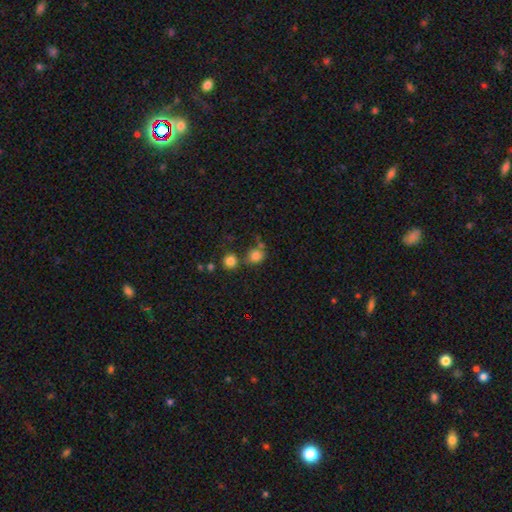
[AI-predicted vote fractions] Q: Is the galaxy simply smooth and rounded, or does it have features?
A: smooth — 79%.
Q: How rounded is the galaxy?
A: round — 76%.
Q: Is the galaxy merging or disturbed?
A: none — 60%.